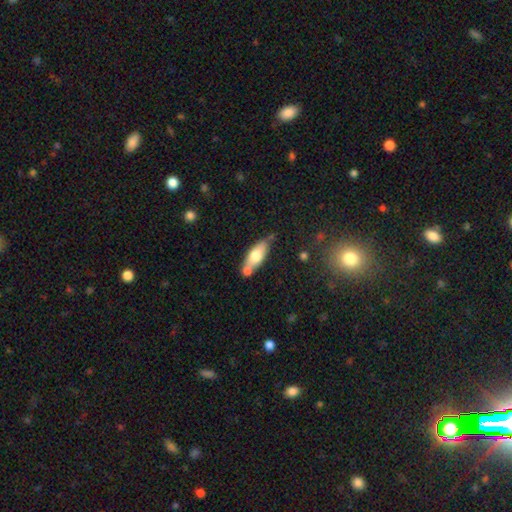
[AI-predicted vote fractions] Overall: smooth (64%; featured or disk 30%). How rounded: in between (68%; cigar-shaped 29%). Merging: none (53%; merger 24%).